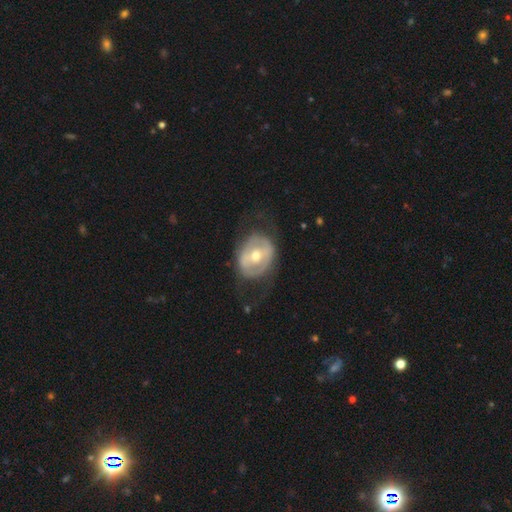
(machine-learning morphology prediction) Q: Smooth or featured?
A: featured or disk (65%); runner-up: smooth (29%)
Q: Edge-on disk?
A: no (95%); runner-up: yes (5%)
Q: Bar?
A: no (38%); runner-up: weak (34%)
Q: Spiral arms?
A: no (68%); runner-up: yes (32%)
Q: Bulge size?
A: moderate (66%); runner-up: small (28%)
Q: Merging?
A: none (65%); runner-up: minor disturbance (19%)